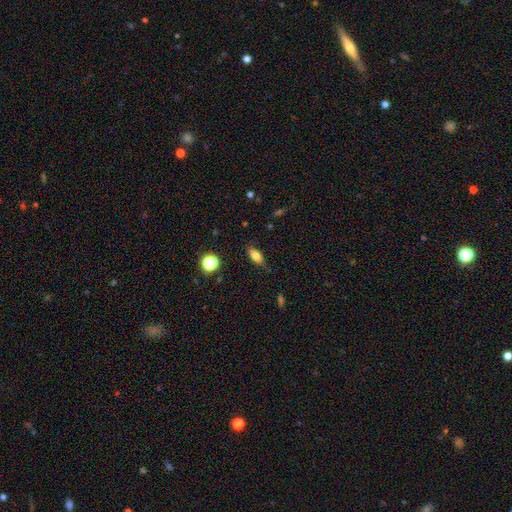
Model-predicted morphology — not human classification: Q: Smooth or featured?
A: smooth (76%); runner-up: featured or disk (14%)
Q: How rounded?
A: in between (80%); runner-up: cigar-shaped (14%)
Q: Merging?
A: none (84%); runner-up: minor disturbance (12%)